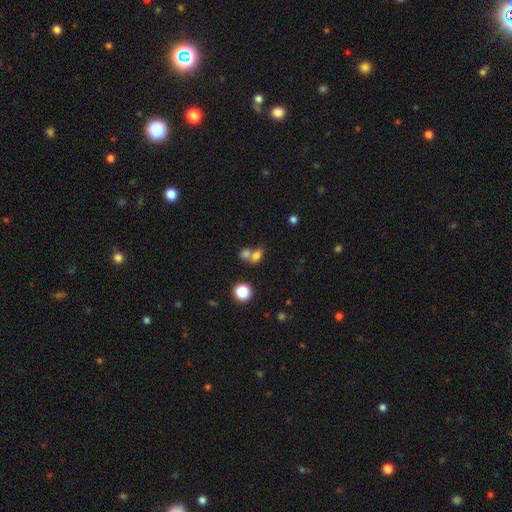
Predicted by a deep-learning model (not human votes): Morphology: type=smooth (59%); roundness=round (61%); merging=none (45%).